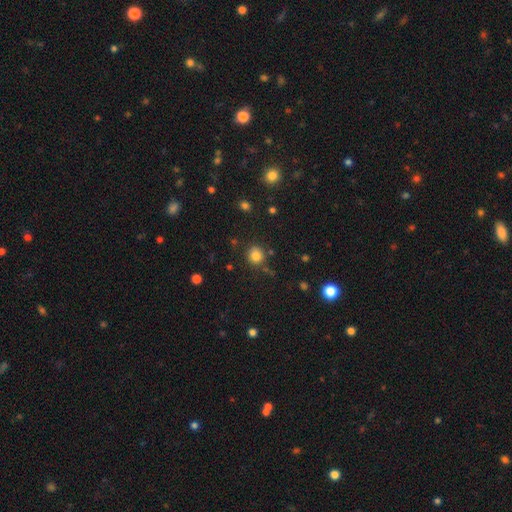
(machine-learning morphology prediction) A smooth galaxy with no disk features (82%) that is round (88%).

Vote fractions:
- Smooth or featured? smooth: 82% / star or artifact: 13% / featured or disk: 5%
- How rounded? round: 88% / in between: 11% / cigar-shaped: 1%
- Merging? none: 80% / minor disturbance: 11% / merger: 5% / major disturbance: 4%